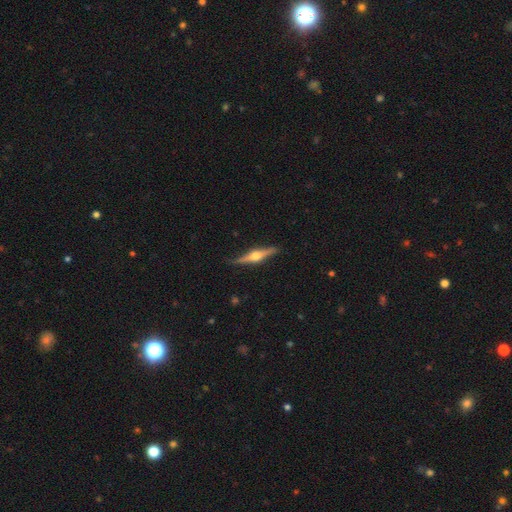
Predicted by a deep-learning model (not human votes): A featured or disk galaxy (80%) viewed edge-on (98%) with a rounded central bulge (95%).

Vote fractions:
- Smooth or featured? featured or disk: 80% / smooth: 15% / star or artifact: 5%
- Edge-on disk? yes: 98% / no: 2%
- Edge-on bulge? rounded: 95% / boxy: 3% / none: 2%
- Merging? none: 87% / minor disturbance: 10% / major disturbance: 2% / merger: 1%